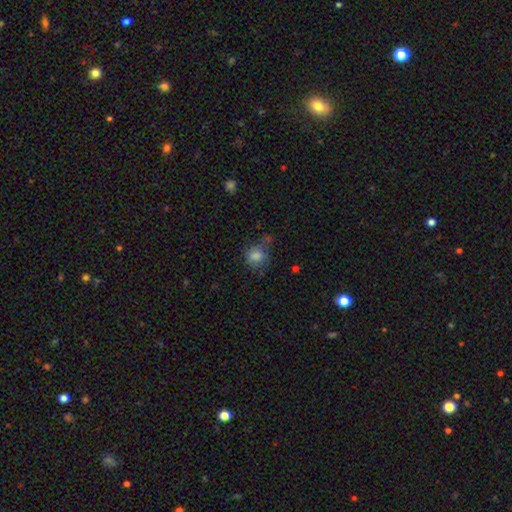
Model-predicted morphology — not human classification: Overall: smooth (79%). How rounded: round (78%). Merging: none (59%; minor disturbance 24%).